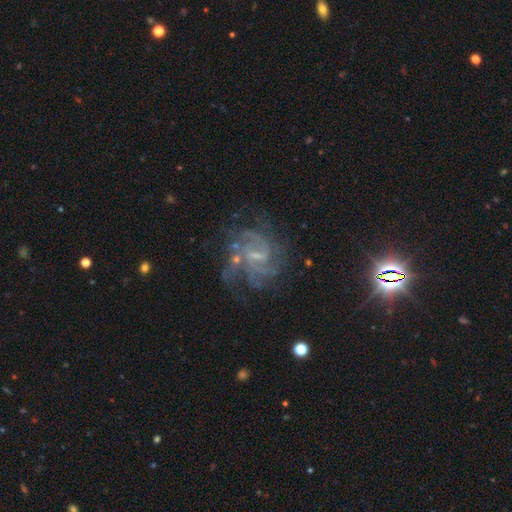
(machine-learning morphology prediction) Smooth or featured: featured or disk — 83% (star or artifact — 11%)
Edge-on disk: no — 98% (yes — 2%)
Bar: weak — 58% (no — 25%)
Spiral arms: yes — 93% (no — 7%)
Spiral winding: medium — 45% (tight — 40%)
Spiral arm count: can't tell — 31% (3 — 22%)
Bulge size: small — 54% (none — 23%)
Merging: none — 57% (major disturbance — 19%)